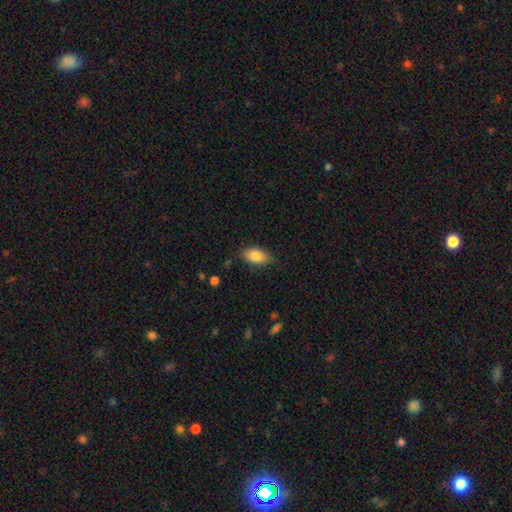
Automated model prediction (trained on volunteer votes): Morphology: type=smooth (85%); roundness=in between (92%); merging=none (80%).